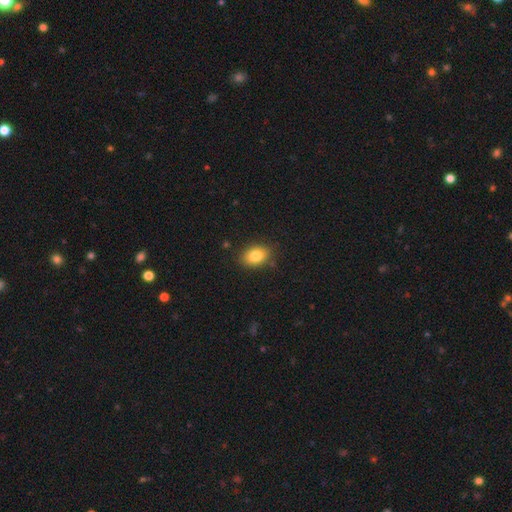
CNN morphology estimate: smooth_or_featured: smooth (p=0.82) [alt: featured or disk p=0.09]
how_rounded: in between (p=0.79) [alt: round p=0.20]
merging: none (p=0.84) [alt: minor disturbance p=0.12]